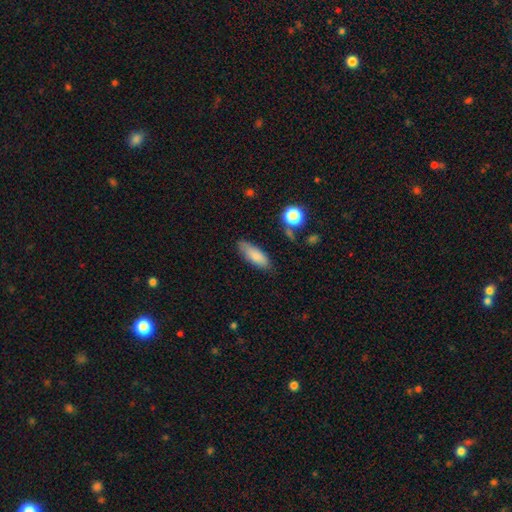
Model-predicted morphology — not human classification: Smooth or featured: smooth — 81% (featured or disk — 12%)
How rounded: in between — 69% (cigar-shaped — 28%)
Merging: none — 73% (minor disturbance — 20%)